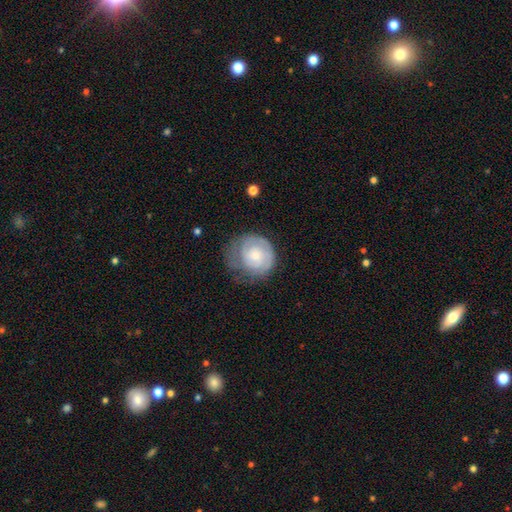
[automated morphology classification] featured or disk 66%, smooth 28%, star or artifact 6%. Down the decision tree: edge-on disk — no (98%); bar — no (75%); spiral arms — yes (88%); spiral arm count — 2 (35%); spiral winding — tight (69%); bulge size — small (57%); merging — none (55%).